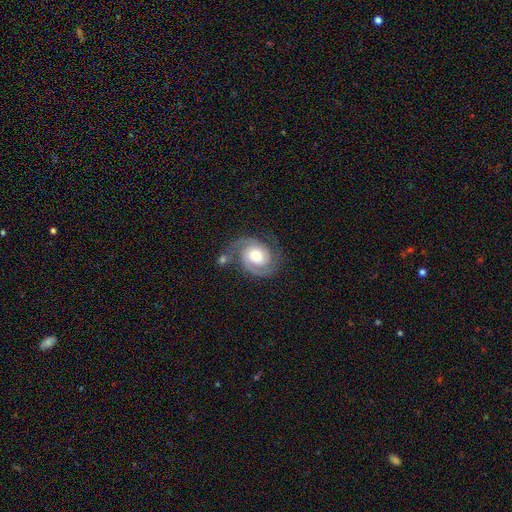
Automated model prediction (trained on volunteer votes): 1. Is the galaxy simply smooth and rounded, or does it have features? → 86% featured or disk, 9% smooth, 5% star or artifact.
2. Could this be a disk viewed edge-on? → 98% no, 2% yes.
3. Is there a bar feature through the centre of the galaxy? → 70% no, 24% weak, 6% strong.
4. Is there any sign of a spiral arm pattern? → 97% yes, 3% no.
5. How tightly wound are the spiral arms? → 49% tight, 41% medium, 10% loose.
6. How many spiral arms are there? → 90% 2, 3% can't tell, 2% 1, 2% 3, 1% 4, 1% more than 4.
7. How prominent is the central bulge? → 49% moderate, 29% large, 15% small, 5% dominant, 2% none.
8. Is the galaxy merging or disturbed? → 66% none, 18% minor disturbance, 10% major disturbance, 6% merger.